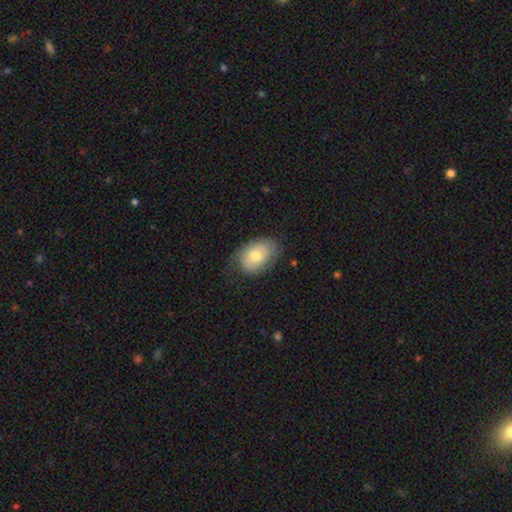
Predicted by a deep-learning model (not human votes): Smooth or featured? Predicted: smooth (p=0.71). How rounded? Predicted: in between (p=0.82). Merging? Predicted: none (p=0.64).